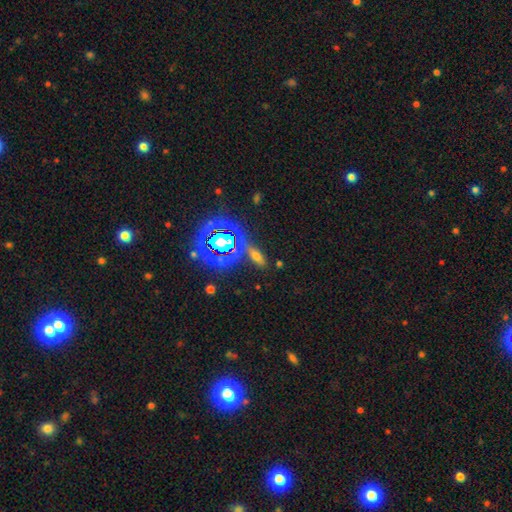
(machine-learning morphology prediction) smooth 52%, star or artifact 34%, featured or disk 14%. Down the decision tree: how rounded — in between (53%); merging — none (72%).